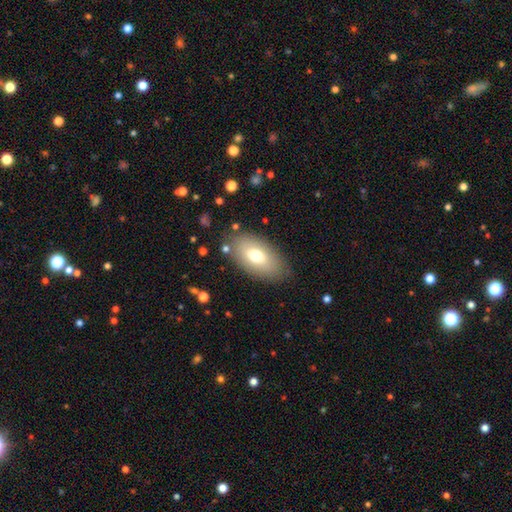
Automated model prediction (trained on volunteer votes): Smooth or featured? Predicted: smooth (p=0.68). How rounded? Predicted: in between (p=0.92). Merging? Predicted: none (p=0.81).